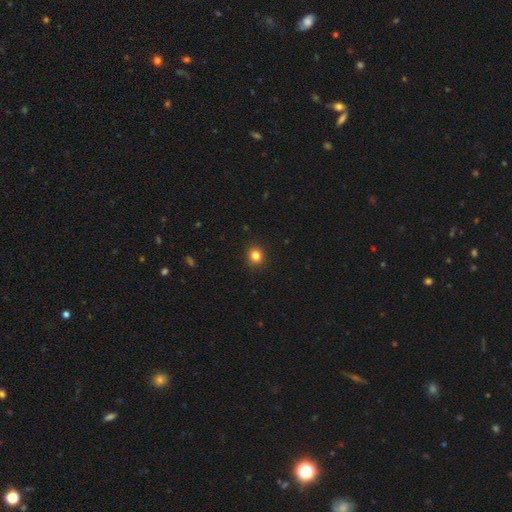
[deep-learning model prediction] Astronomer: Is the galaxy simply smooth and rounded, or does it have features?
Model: smooth — 83%.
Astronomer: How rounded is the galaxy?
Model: round — 82%.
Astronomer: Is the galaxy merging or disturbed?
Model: none — 91%.